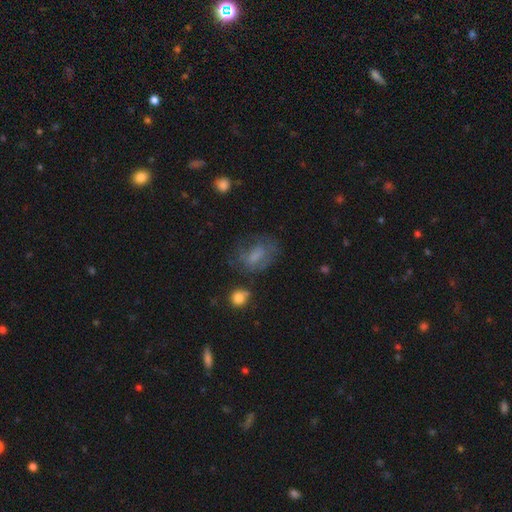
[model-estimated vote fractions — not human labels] A smooth galaxy with no disk features (51%) that is in between round and cigar-shaped (75%). Merging: none (47%).